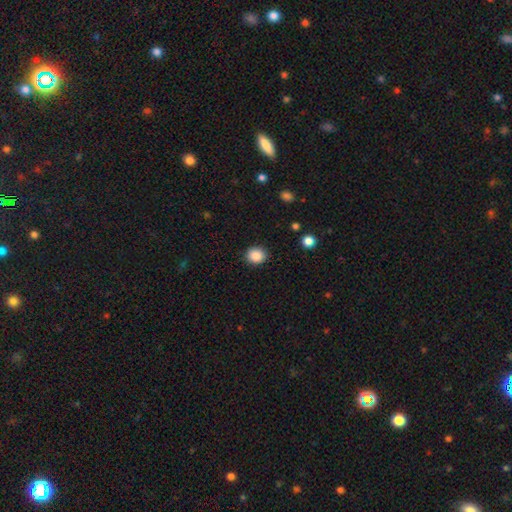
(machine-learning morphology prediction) This is clearly a smooth galaxy (88%). How rounded: likely round (75%). Merging: clearly none (89%).